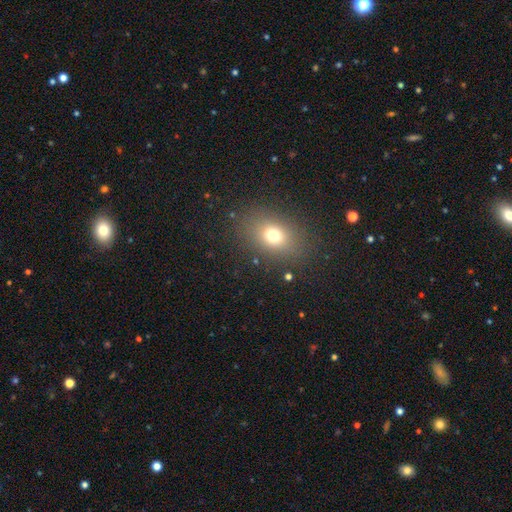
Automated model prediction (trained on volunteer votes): Smooth or featured?
  - smooth: 64% *
  - star or artifact: 26%
  - featured or disk: 10%
How rounded?
  - in between: 65% *
  - round: 33%
  - cigar-shaped: 2%
Merging?
  - none: 89% *
  - minor disturbance: 7%
  - major disturbance: 2%
  - merger: 1%